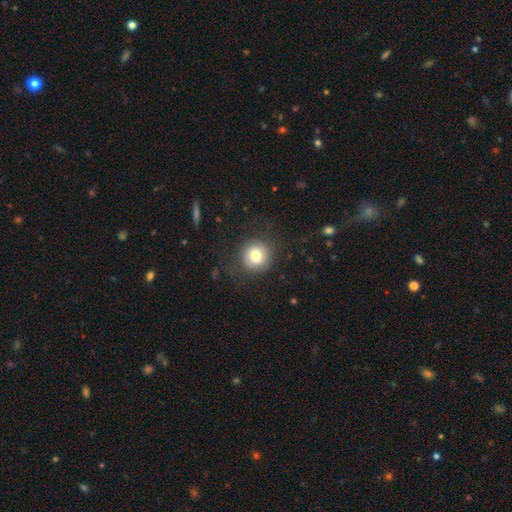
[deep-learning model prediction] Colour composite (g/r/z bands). It shows a smooth galaxy with no disk features (77%) that is round (89%). Merging: none (80%).